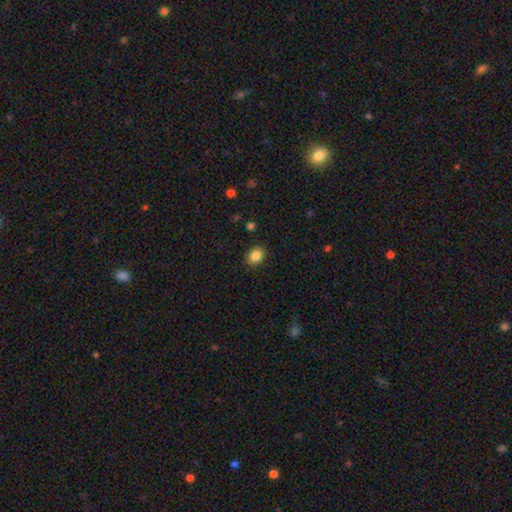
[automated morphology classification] Q: Smooth or featured?
A: smooth (86%); runner-up: star or artifact (9%)
Q: How rounded?
A: in between (60%); runner-up: round (39%)
Q: Merging?
A: none (88%); runner-up: minor disturbance (9%)